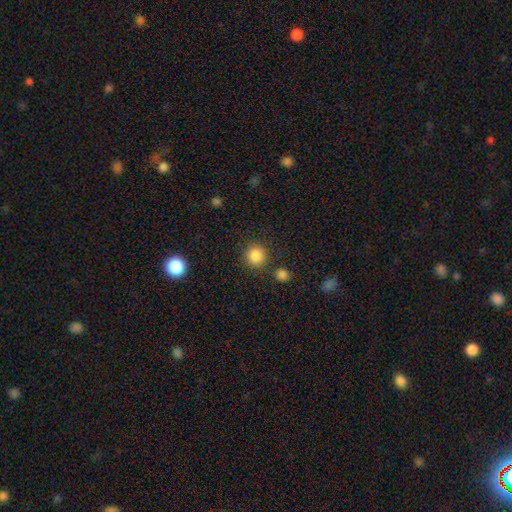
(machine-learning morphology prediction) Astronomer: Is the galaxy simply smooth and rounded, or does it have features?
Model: smooth — 86%.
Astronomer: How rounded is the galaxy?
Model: round — 91%.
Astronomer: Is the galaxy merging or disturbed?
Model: none — 83%.